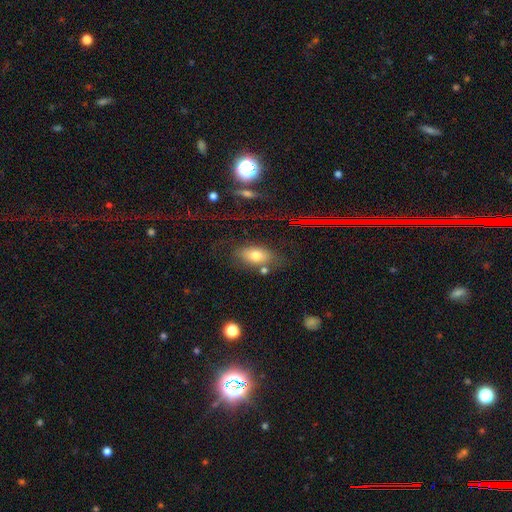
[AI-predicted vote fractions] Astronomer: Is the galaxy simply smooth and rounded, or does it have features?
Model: smooth — 69%.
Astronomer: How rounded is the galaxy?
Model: in between — 87%.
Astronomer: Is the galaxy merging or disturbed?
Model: none — 66%.